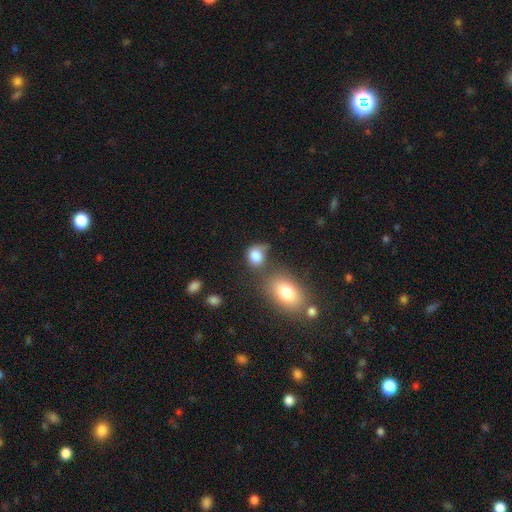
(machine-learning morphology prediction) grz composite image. It shows a smooth galaxy with no disk features (82%) that is round (52%). Merging: none (41%).